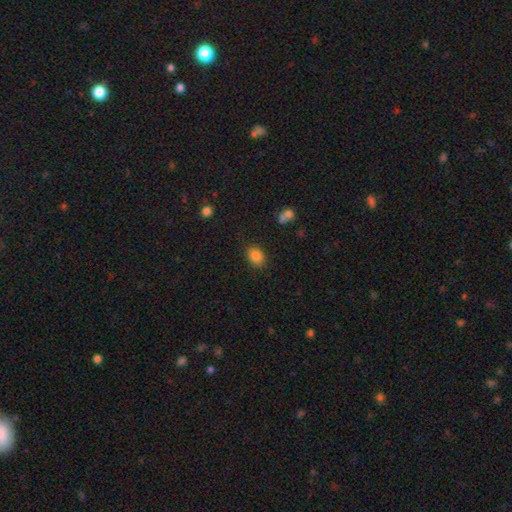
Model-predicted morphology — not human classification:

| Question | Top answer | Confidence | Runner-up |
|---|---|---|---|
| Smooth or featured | smooth | 84% | star or artifact (10%) |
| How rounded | in between | 65% | round (34%) |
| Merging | none | 85% | minor disturbance (10%) |